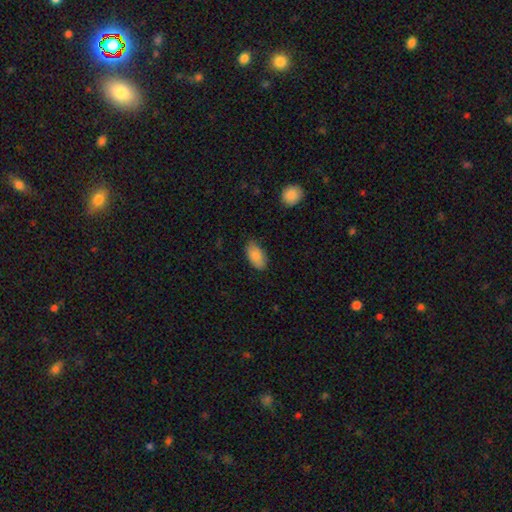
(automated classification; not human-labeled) Morphology: type=smooth (86%); roundness=in between (94%); merging=none (80%).